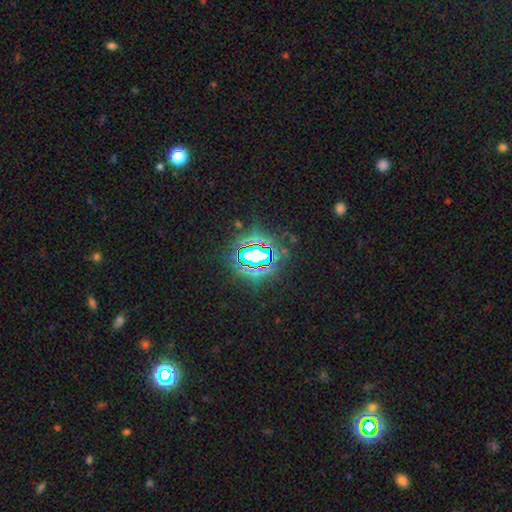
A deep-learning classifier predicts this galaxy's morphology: smooth_or_featured: star or artifact (p=0.73) [alt: smooth p=0.16]